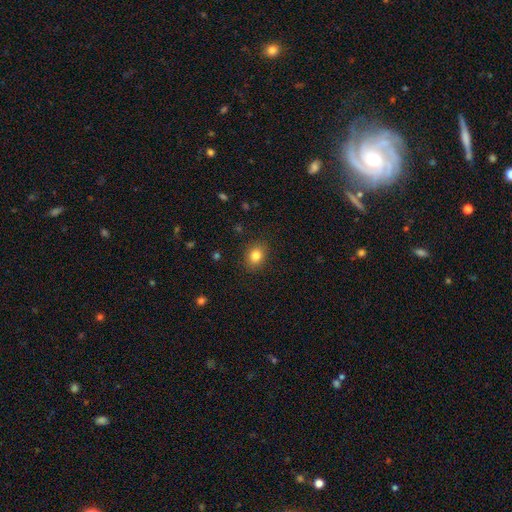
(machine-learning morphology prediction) Overall: smooth (83%). How rounded: in between (54%; round 45%). Merging: none (87%).